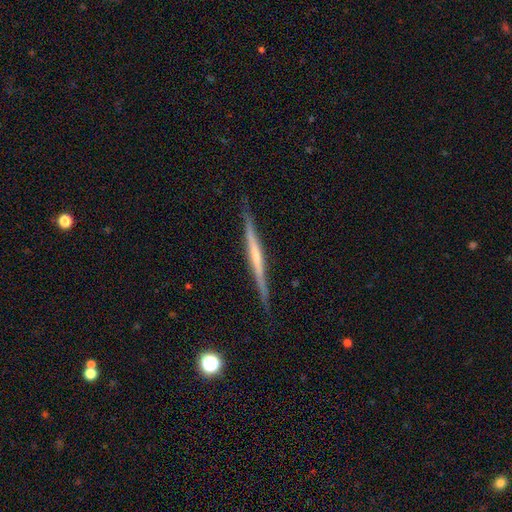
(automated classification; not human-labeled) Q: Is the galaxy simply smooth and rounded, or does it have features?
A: featured or disk — 71%.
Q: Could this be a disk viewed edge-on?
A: yes — 98%.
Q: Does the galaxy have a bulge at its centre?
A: none — 58%.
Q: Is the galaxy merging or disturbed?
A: none — 89%.